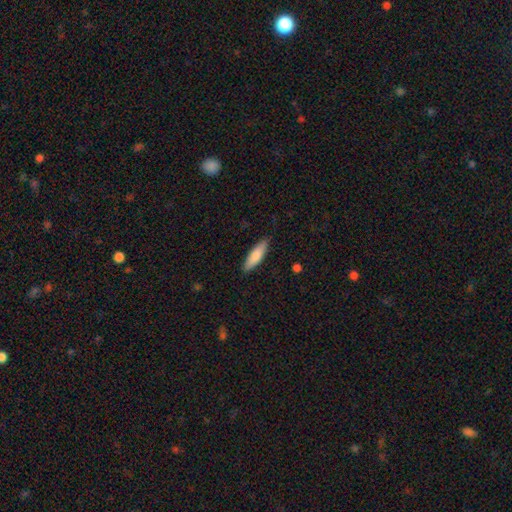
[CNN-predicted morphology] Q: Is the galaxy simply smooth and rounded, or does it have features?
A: smooth — 81%.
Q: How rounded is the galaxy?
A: cigar-shaped — 59%.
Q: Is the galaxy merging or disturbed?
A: none — 87%.